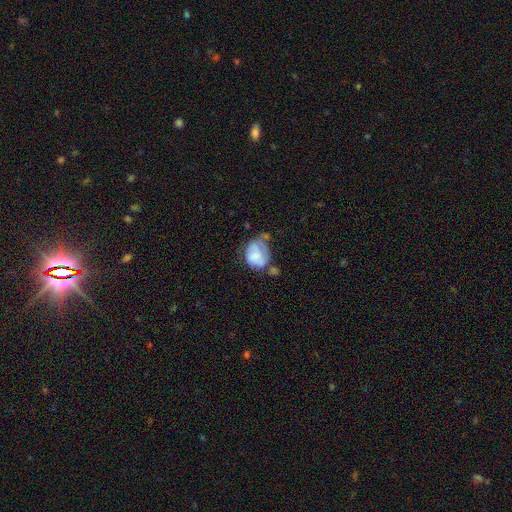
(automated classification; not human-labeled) smooth_or_featured: smooth (p=0.67) [alt: featured or disk p=0.25]
how_rounded: in between (p=0.58) [alt: round p=0.41]
merging: minor disturbance (p=0.31) [alt: major disturbance p=0.25]